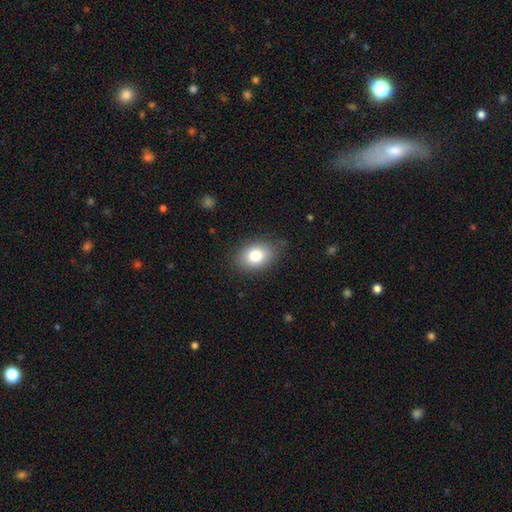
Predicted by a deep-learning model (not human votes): This appears to be a smooth galaxy with no disk features (80%) that is in between round and cigar-shaped (73%). Merging: none (81%).